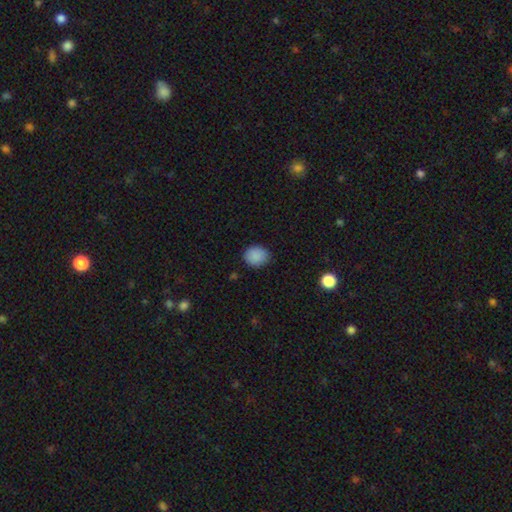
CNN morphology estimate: type=smooth (88%); roundness=round (67%); merging=none (86%).